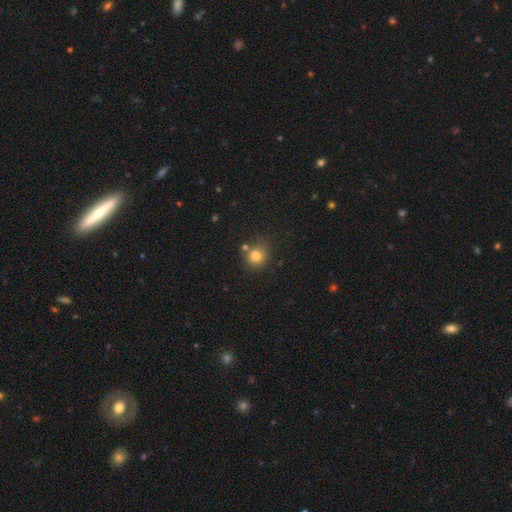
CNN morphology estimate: This appears to be a smooth galaxy with no disk features (80%) that is round (86%). Merging: none (71%).